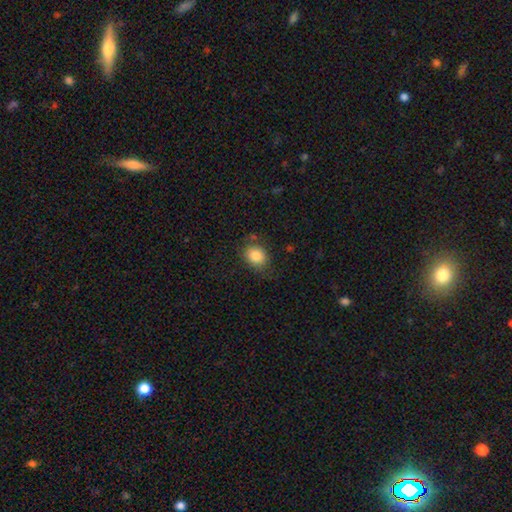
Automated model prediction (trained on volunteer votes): Smooth or featured?
  - smooth: 83% *
  - star or artifact: 9%
  - featured or disk: 8%
How rounded?
  - round: 55% *
  - in between: 44%
  - cigar-shaped: 1%
Merging?
  - none: 74% *
  - minor disturbance: 18%
  - major disturbance: 6%
  - merger: 3%